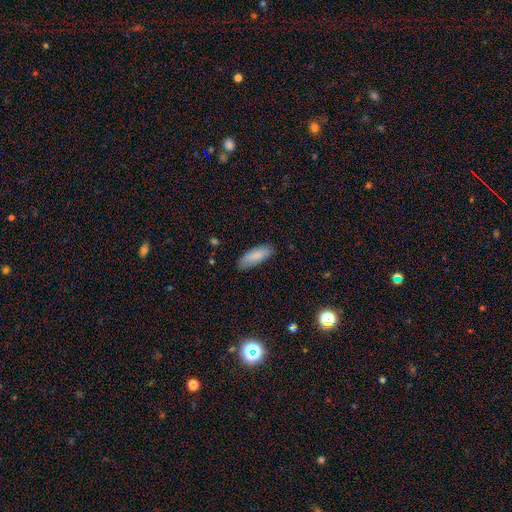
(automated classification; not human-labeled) A smooth galaxy with no disk features (85%) that is in between round and cigar-shaped (65%).

Vote fractions:
- Smooth or featured? smooth: 85% / featured or disk: 9% / star or artifact: 6%
- How rounded? in between: 65% / cigar-shaped: 34% / round: 1%
- Merging? none: 83% / minor disturbance: 13% / major disturbance: 2% / merger: 1%